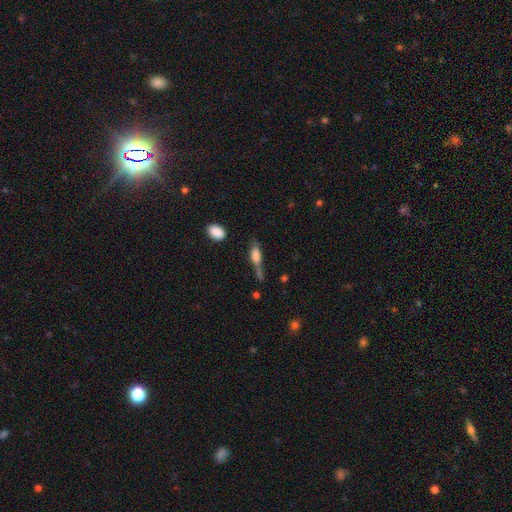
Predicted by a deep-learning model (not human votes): Morphology: type=smooth (60%); roundness=cigar-shaped (49%); merging=none (41%).